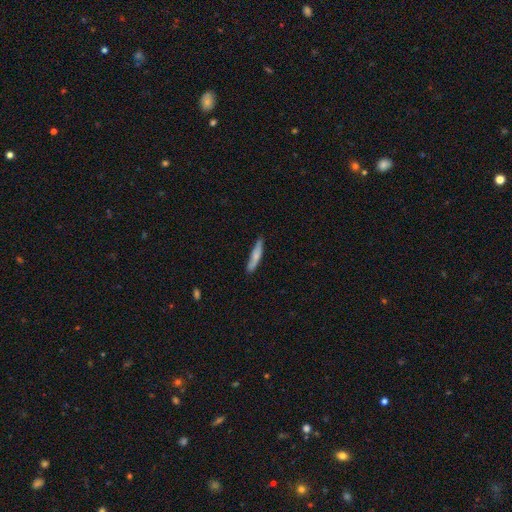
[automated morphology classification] Smooth or featured: smooth — 67% (featured or disk — 27%)
How rounded: cigar-shaped — 89% (in between — 9%)
Merging: none — 75% (minor disturbance — 19%)